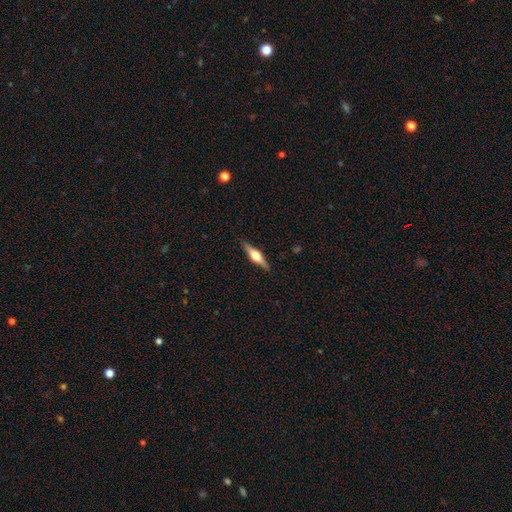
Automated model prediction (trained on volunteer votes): Smooth or featured: featured or disk — 69% (smooth — 25%)
Edge-on disk: yes — 97% (no — 3%)
Edge-on bulge: rounded — 94% (boxy — 5%)
Merging: none — 90% (minor disturbance — 8%)